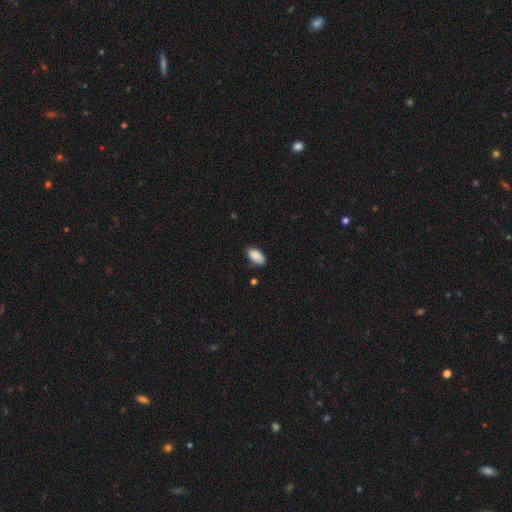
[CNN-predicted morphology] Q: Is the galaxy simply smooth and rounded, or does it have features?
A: smooth — 89%.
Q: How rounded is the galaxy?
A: in between — 94%.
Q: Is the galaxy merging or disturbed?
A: none — 75%.